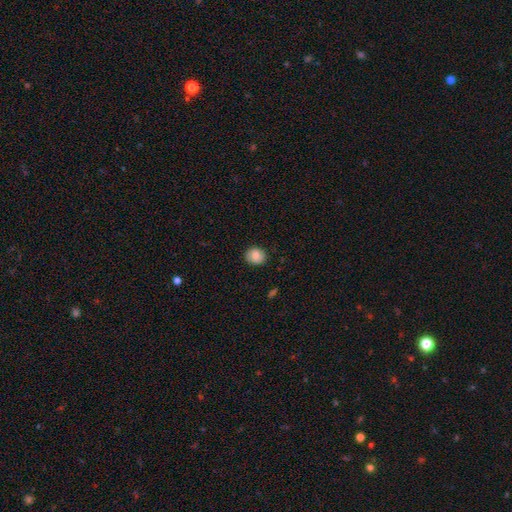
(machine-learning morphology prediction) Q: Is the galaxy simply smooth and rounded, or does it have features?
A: smooth — 86%.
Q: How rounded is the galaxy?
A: round — 73%.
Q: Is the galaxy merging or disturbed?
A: none — 86%.